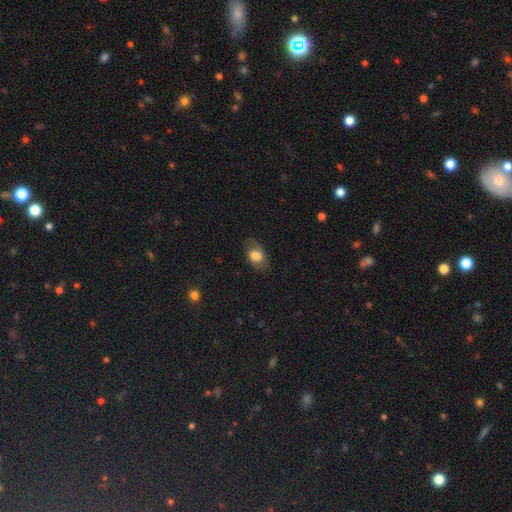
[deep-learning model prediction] smooth-or-featured: smooth: 74% | featured or disk: 19% | star or artifact: 8%
  how-rounded: in between: 82% | round: 16% | cigar-shaped: 2%
  merging: none: 80% | minor disturbance: 14% | major disturbance: 5% | merger: 1%